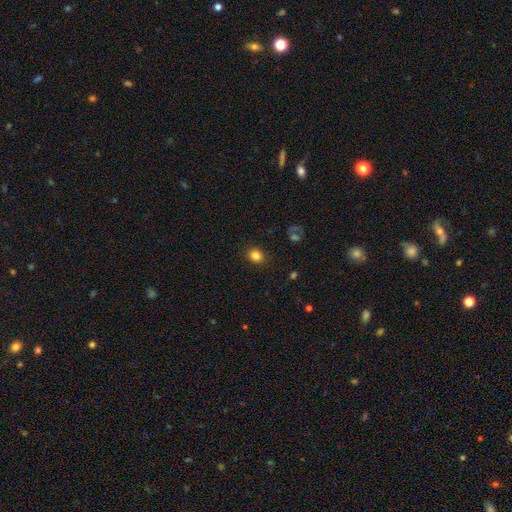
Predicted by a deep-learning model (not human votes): Smooth or featured?
  - smooth: 83% *
  - star or artifact: 12%
  - featured or disk: 5%
How rounded?
  - round: 61% *
  - in between: 38%
  - cigar-shaped: 1%
Merging?
  - none: 87% *
  - minor disturbance: 9%
  - major disturbance: 3%
  - merger: 1%